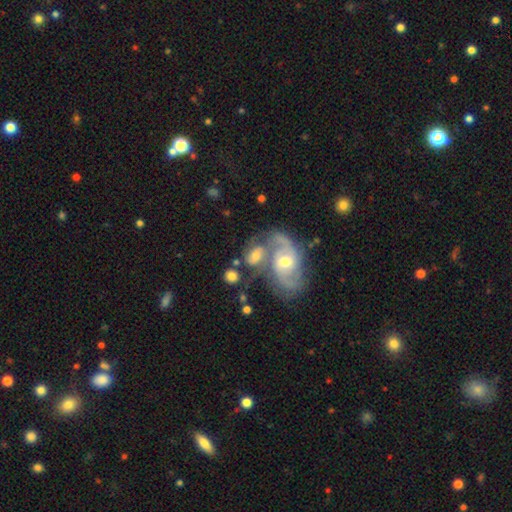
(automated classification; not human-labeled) featured or disk 70%, smooth 23%, star or artifact 8%. Down the decision tree: edge-on disk — no (96%); bar — no (48%); spiral arms — yes (89%); spiral arm count — 2 (73%); spiral winding — medium (51%); bulge size — moderate (62%); merging — merger (55%).